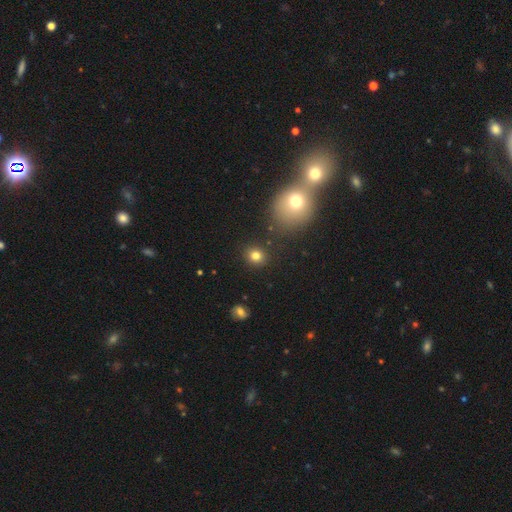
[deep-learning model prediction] Overall: smooth (80%). How rounded: round (78%). Merging: none (86%).